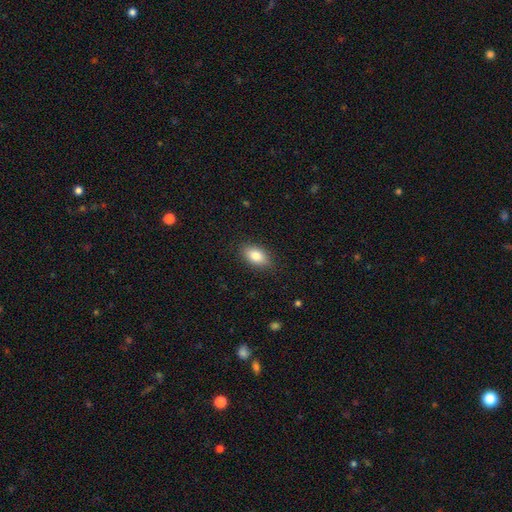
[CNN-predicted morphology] Smooth or featured?
  - smooth: 83% *
  - featured or disk: 10%
  - star or artifact: 8%
How rounded?
  - in between: 89% *
  - round: 8%
  - cigar-shaped: 3%
Merging?
  - none: 86% *
  - minor disturbance: 10%
  - major disturbance: 3%
  - merger: 1%